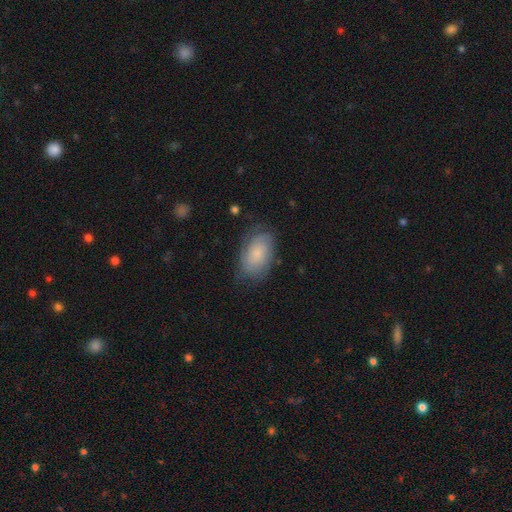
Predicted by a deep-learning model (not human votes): This is possibly a smooth galaxy (51%). How rounded: clearly in between (91%). Merging: likely none (68%).